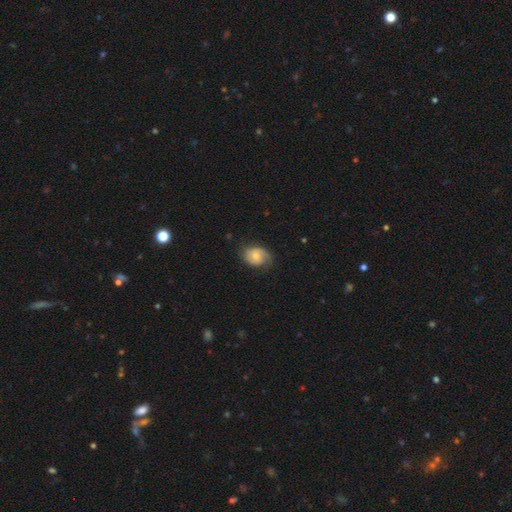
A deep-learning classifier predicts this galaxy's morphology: This appears to be a featured or disk galaxy (53%) with no bar (67%), spiral arms (87%) and a moderate central bulge (48%). Merging: none (66%).